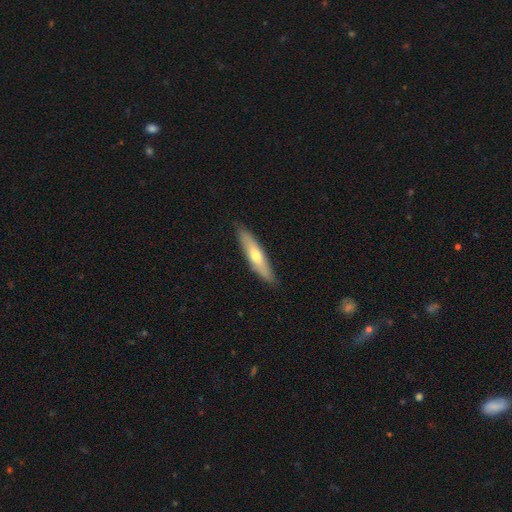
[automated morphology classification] This is possibly a smooth galaxy (53%). How rounded: likely cigar-shaped (77%). Merging: clearly none (87%).